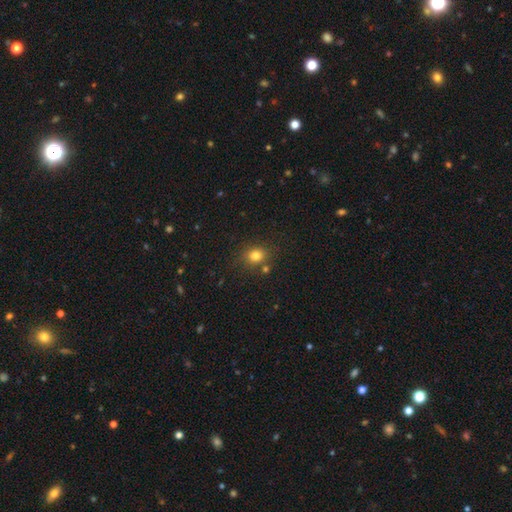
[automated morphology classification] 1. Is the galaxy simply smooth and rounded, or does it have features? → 79% smooth, 14% star or artifact, 7% featured or disk.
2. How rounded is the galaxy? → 63% round, 36% in between, 1% cigar-shaped.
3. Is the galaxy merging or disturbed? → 77% none, 11% minor disturbance, 9% merger, 4% major disturbance.